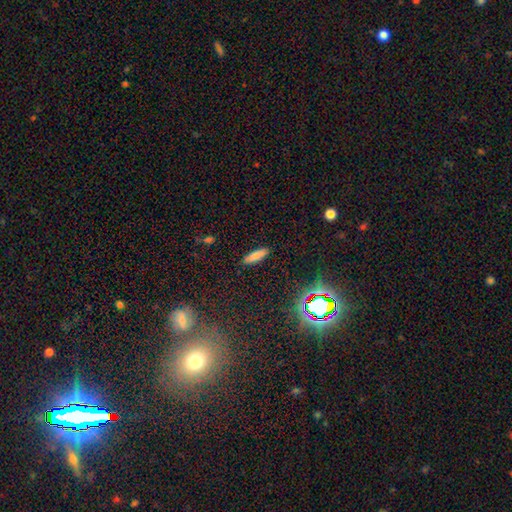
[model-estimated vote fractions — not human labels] Smooth or featured: smooth — 79% (star or artifact — 12%)
How rounded: cigar-shaped — 60% (in between — 38%)
Merging: none — 89% (minor disturbance — 8%)